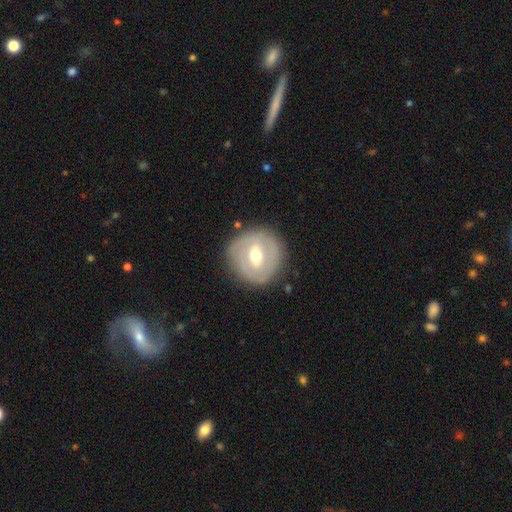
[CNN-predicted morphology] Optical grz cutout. It shows a featured or disk galaxy (65%) with a weak bar (47%), no spiral arms (56%) and a moderate central bulge (75%). Merging: none (83%).